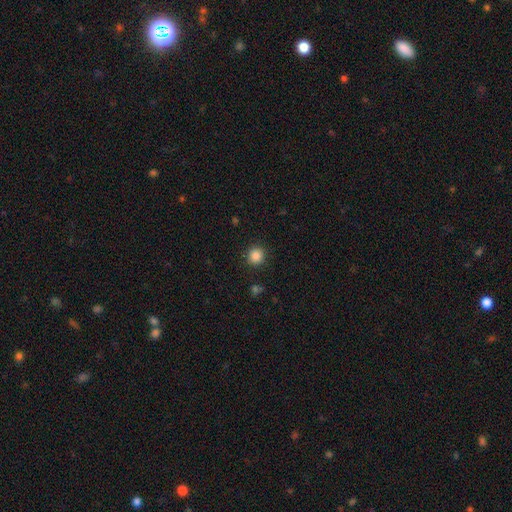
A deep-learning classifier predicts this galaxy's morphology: smooth-or-featured: smooth: 86% | star or artifact: 11% | featured or disk: 3%
  how-rounded: round: 92% | in between: 7% | cigar-shaped: 1%
  merging: none: 90% | minor disturbance: 6% | major disturbance: 2% | merger: 1%